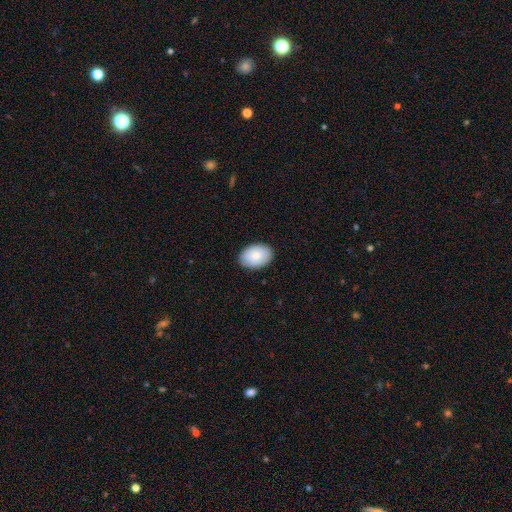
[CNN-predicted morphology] smooth_or_featured: smooth (p=0.83) [alt: featured or disk p=0.11]
how_rounded: in between (p=0.87) [alt: round p=0.12]
merging: none (p=0.88) [alt: minor disturbance p=0.09]